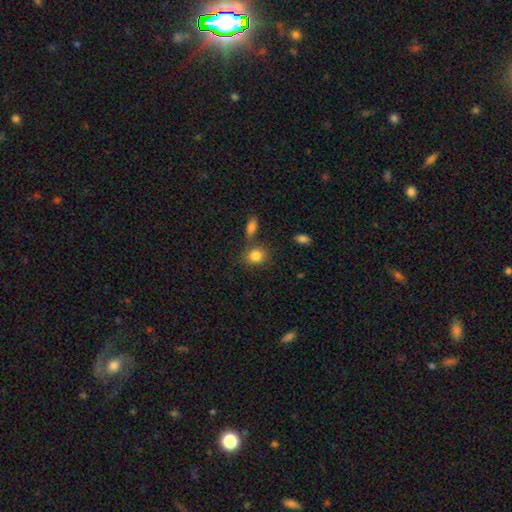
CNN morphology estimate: A smooth galaxy with no disk features (85%) that is round (68%). Merging: none (69%).